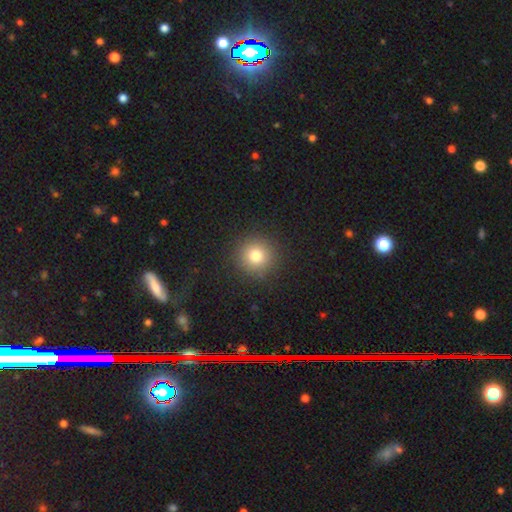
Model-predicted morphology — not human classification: A smooth galaxy with no disk features (78%) that is round (95%).

Vote fractions:
- Smooth or featured? smooth: 78% / star or artifact: 14% / featured or disk: 8%
- How rounded? round: 95% / in between: 4% / cigar-shaped: 1%
- Merging? none: 91% / minor disturbance: 6% / major disturbance: 3% / merger: 1%